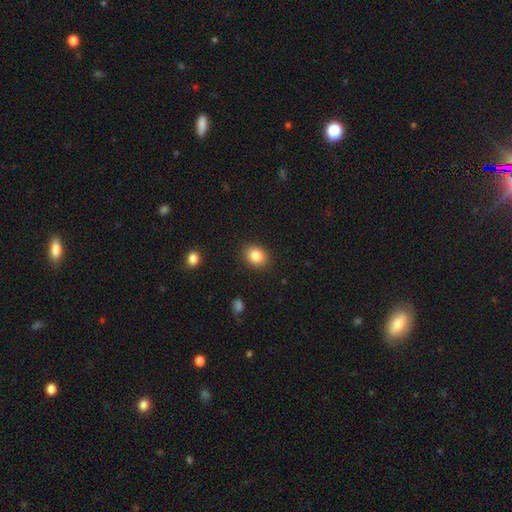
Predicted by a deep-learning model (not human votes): A smooth galaxy with no disk features (85%) that is in between round and cigar-shaped (54%).

Vote fractions:
- Smooth or featured? smooth: 85% / star or artifact: 9% / featured or disk: 6%
- How rounded? in between: 54% / round: 46% / cigar-shaped: 1%
- Merging? none: 88% / minor disturbance: 8% / major disturbance: 3% / merger: 1%